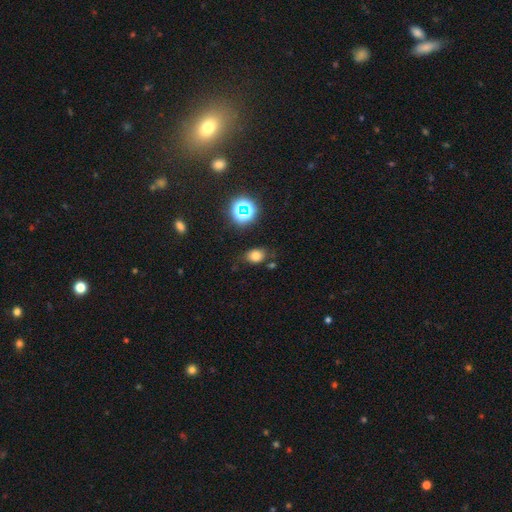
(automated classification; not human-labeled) smooth_or_featured: smooth (p=0.73) [alt: star or artifact p=0.19]
how_rounded: in between (p=0.64) [alt: round p=0.34]
merging: none (p=0.73) [alt: minor disturbance p=0.18]